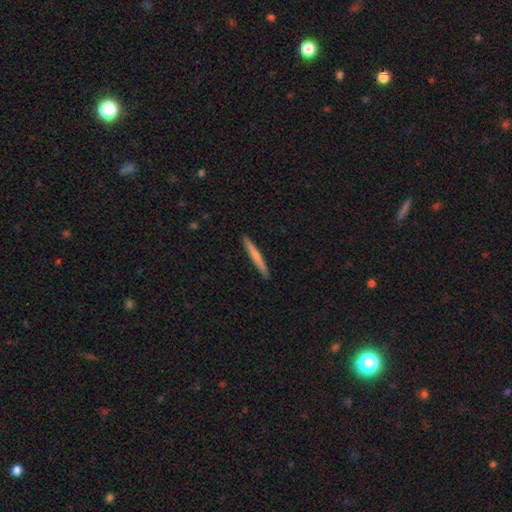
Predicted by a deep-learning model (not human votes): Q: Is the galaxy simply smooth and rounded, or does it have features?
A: smooth — 64%.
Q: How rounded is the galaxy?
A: cigar-shaped — 96%.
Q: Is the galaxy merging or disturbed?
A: none — 92%.